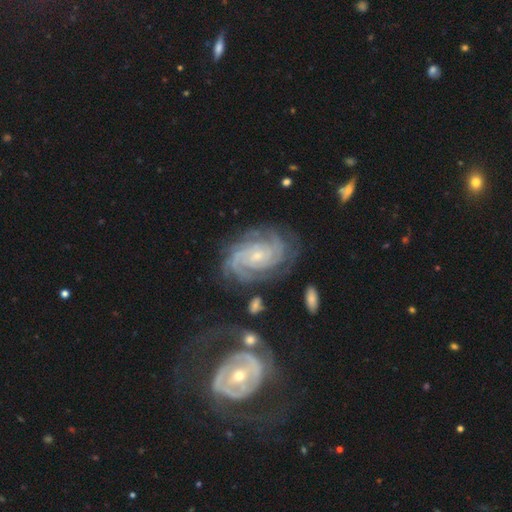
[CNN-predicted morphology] Smooth or featured? featured or disk (90%)
Edge-on disk? no (97%)
Bar? no (66%)
Spiral arms? yes (98%)
Spiral winding? tight (73%)
Spiral arm count? 2 (25%)
Bulge size? small (75%)
Merging? none (63%)